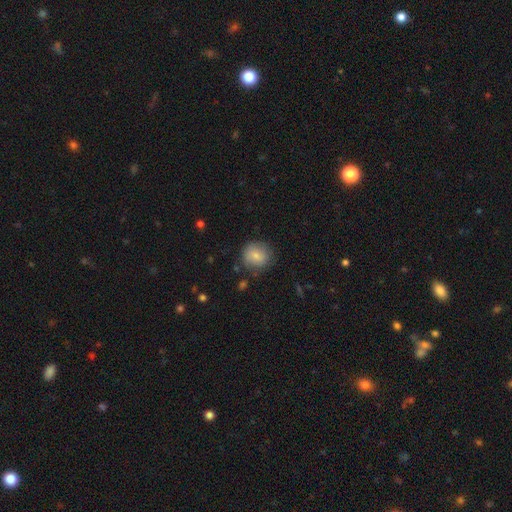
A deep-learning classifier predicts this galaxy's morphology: Smooth or featured? Predicted: smooth (p=0.80). How rounded? Predicted: round (p=0.86). Merging? Predicted: none (p=0.79).